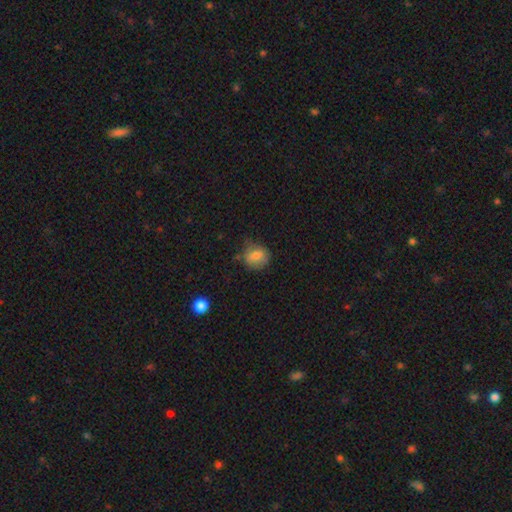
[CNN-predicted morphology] Smooth or featured? smooth (77%)
How rounded? round (68%)
Merging? none (60%)